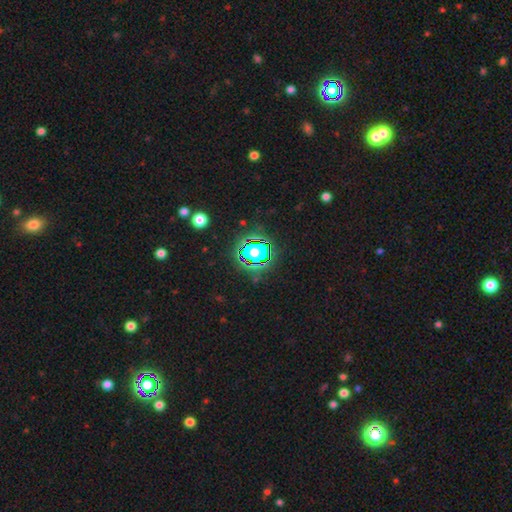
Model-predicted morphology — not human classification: A star or artifact, not a galaxy (81%).